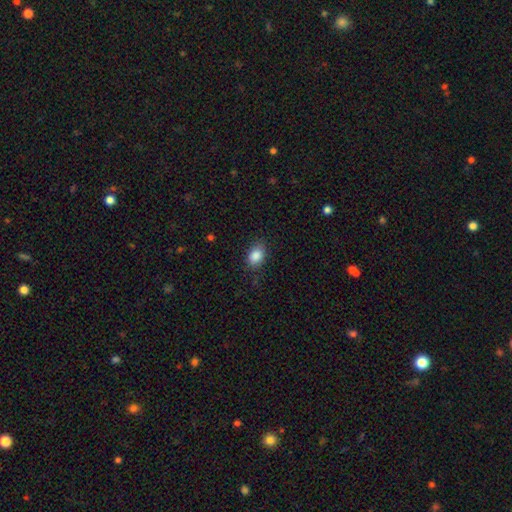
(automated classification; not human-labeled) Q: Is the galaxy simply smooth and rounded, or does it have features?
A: smooth — 87%.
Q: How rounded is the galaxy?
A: in between — 78%.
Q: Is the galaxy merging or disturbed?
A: none — 79%.